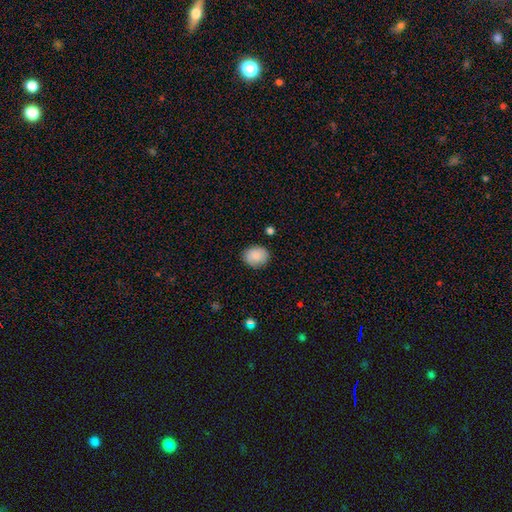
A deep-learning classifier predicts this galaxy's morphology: Q: Smooth or featured?
A: smooth (85%); runner-up: featured or disk (8%)
Q: How rounded?
A: round (61%); runner-up: in between (38%)
Q: Merging?
A: none (84%); runner-up: minor disturbance (12%)